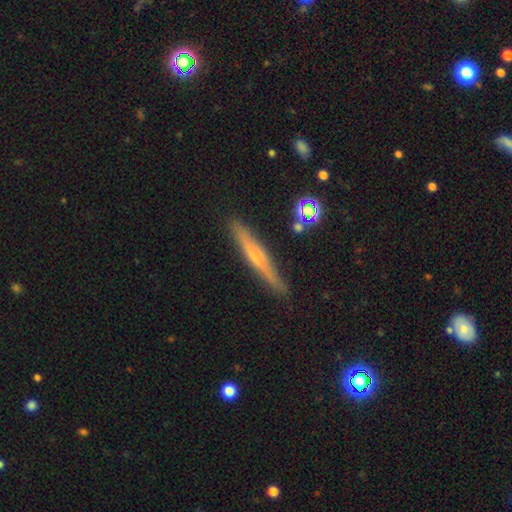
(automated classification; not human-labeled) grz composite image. It shows a featured or disk galaxy (56%) viewed edge-on (95%) with a rounded central bulge (51%). Merging: none (87%).